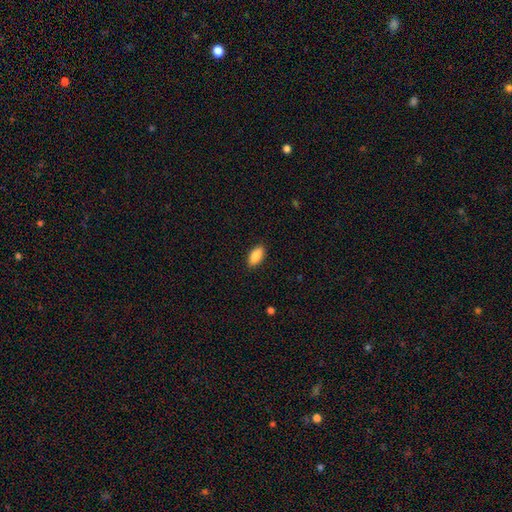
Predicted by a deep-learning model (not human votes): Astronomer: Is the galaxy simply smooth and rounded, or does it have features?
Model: smooth — 89%.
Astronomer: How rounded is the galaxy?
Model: in between — 90%.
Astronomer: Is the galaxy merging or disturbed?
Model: none — 88%.